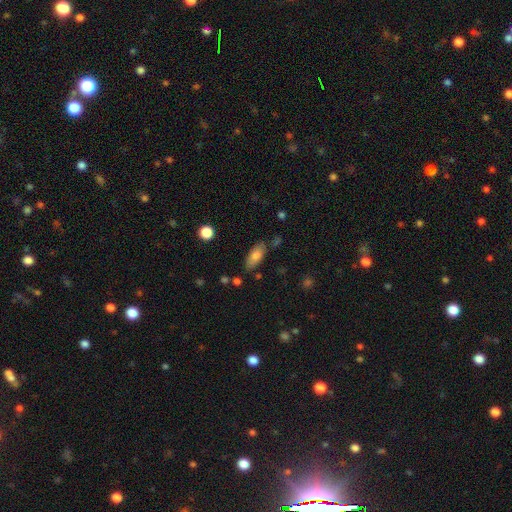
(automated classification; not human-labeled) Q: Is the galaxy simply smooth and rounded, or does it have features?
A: smooth — 78%.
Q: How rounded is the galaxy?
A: in between — 84%.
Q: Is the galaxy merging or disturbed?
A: none — 76%.